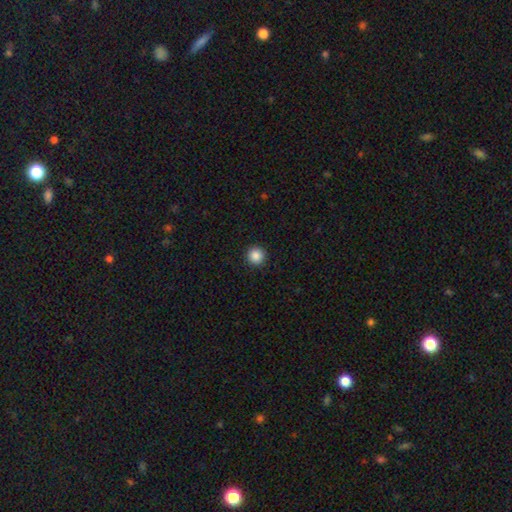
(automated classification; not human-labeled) This is clearly a smooth galaxy (87%). How rounded: clearly round (96%). Merging: clearly none (93%).